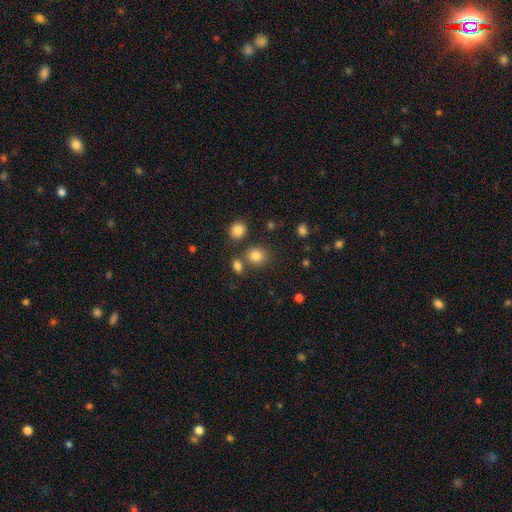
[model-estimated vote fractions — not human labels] Smooth or featured? smooth (82%)
How rounded? round (72%)
Merging? none (70%)